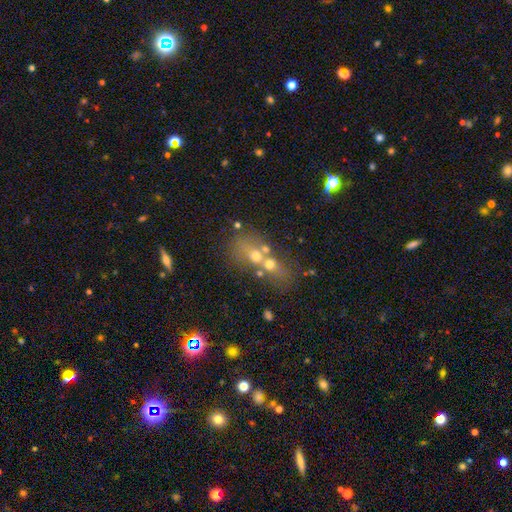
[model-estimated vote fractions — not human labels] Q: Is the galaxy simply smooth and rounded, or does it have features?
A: smooth — 47%.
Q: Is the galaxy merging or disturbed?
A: merger — 58%.